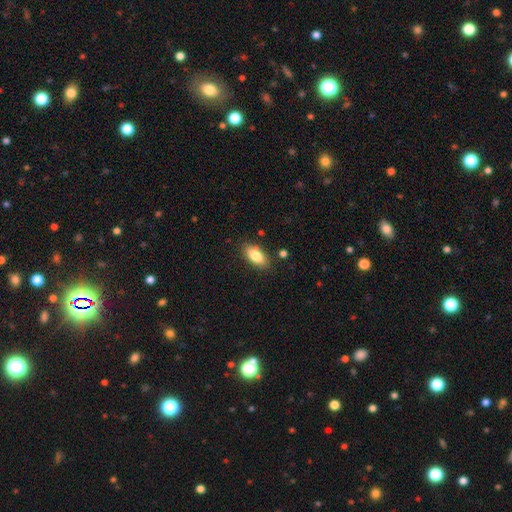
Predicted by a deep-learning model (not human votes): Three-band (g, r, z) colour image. It shows a smooth galaxy with no disk features (82%) that is in between round and cigar-shaped (89%). Merging: none (84%).